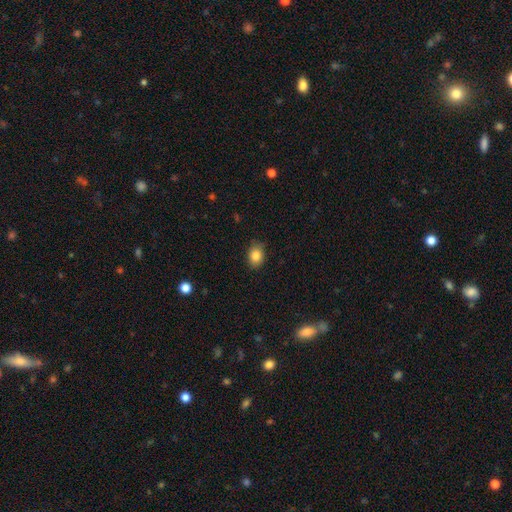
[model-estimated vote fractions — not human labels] smooth 84%, star or artifact 9%, featured or disk 6%. Down the decision tree: how rounded — in between (62%); merging — none (83%).